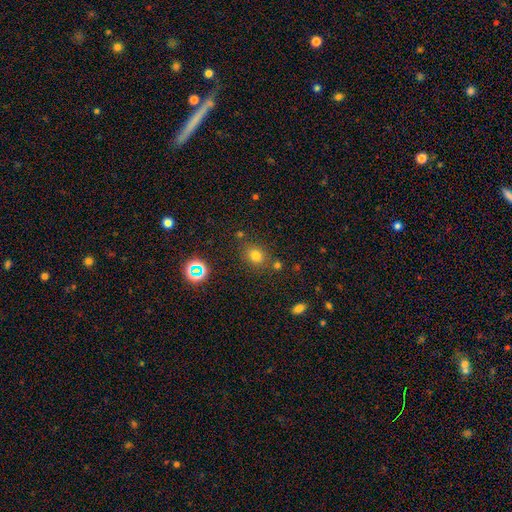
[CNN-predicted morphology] type=smooth (72%); roundness=round (66%); merging=none (77%).